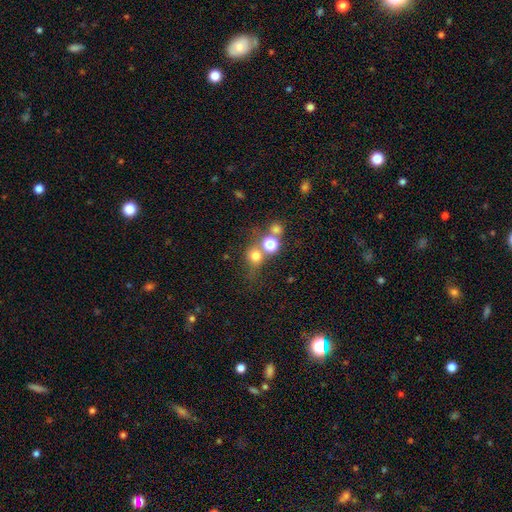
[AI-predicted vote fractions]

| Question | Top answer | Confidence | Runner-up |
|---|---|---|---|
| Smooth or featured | smooth | 69% | star or artifact (19%) |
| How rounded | round | 84% | in between (15%) |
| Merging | none | 55% | merger (28%) |